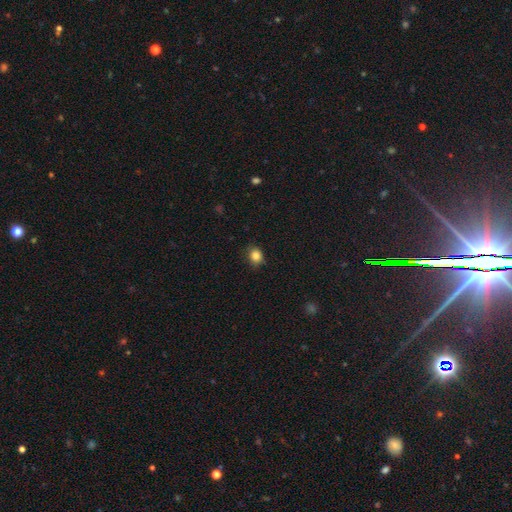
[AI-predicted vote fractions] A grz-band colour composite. It shows a smooth galaxy with no disk features (84%) that is round (65%). Merging: none (83%).